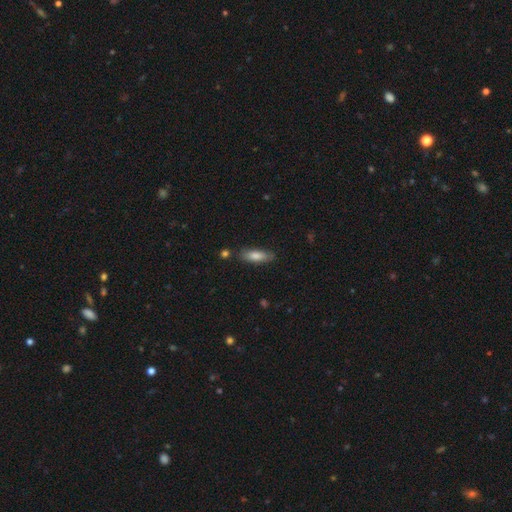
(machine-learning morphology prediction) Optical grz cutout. It shows a smooth galaxy with no disk features (77%) that is in between round and cigar-shaped (55%). Merging: none (81%).